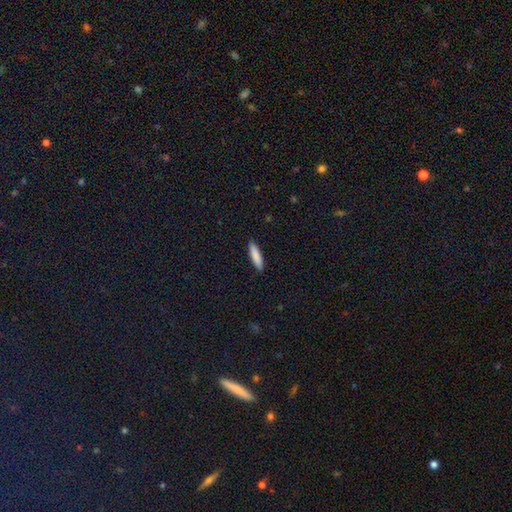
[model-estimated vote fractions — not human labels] Smooth or featured?
  - smooth: 86% *
  - featured or disk: 9%
  - star or artifact: 5%
How rounded?
  - cigar-shaped: 77% *
  - in between: 21%
  - round: 1%
Merging?
  - none: 90% *
  - minor disturbance: 8%
  - major disturbance: 2%
  - merger: 1%